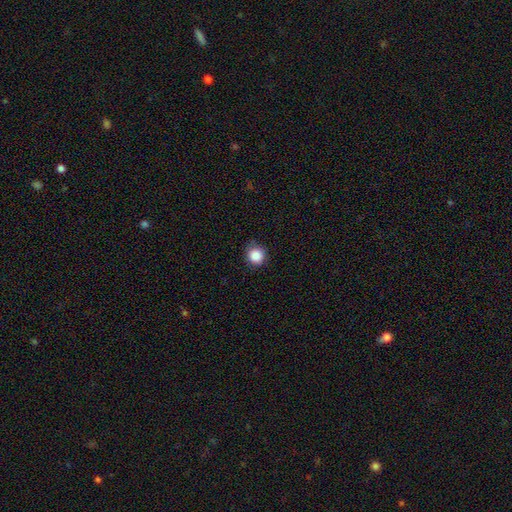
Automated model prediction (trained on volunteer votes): smooth_or_featured: smooth (p=0.87) [alt: star or artifact p=0.10]
how_rounded: round (p=0.92) [alt: in between p=0.07]
merging: none (p=0.83) [alt: minor disturbance p=0.13]